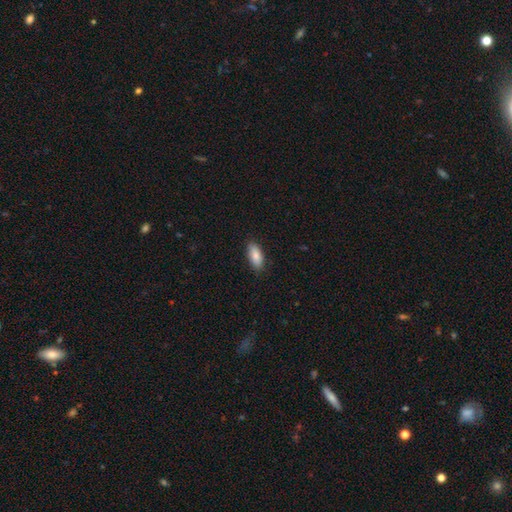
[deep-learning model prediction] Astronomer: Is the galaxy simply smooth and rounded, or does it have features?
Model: smooth — 87%.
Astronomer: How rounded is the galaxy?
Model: in between — 86%.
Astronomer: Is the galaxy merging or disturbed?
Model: none — 86%.